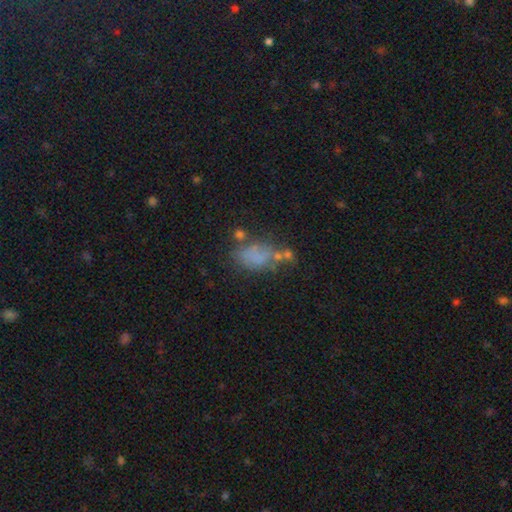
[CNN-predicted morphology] A smooth galaxy with no disk features (57%) that is in between round and cigar-shaped (83%). Merging: none (38%).